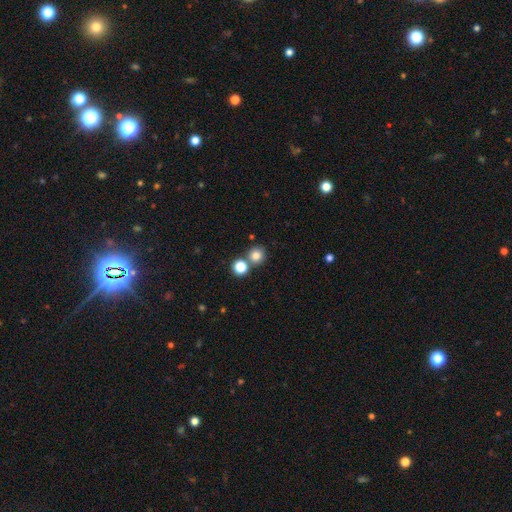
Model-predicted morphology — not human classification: A smooth galaxy with no disk features (80%) that is round (90%). Merging: none (67%).